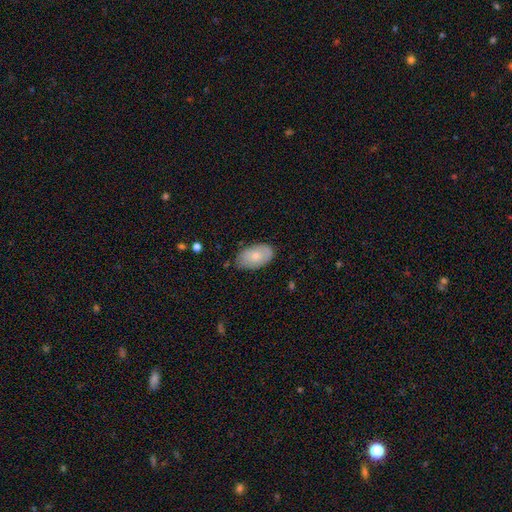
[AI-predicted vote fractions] Q: Smooth or featured?
A: smooth (73%); runner-up: featured or disk (21%)
Q: How rounded?
A: in between (93%); runner-up: round (5%)
Q: Merging?
A: none (73%); runner-up: minor disturbance (21%)